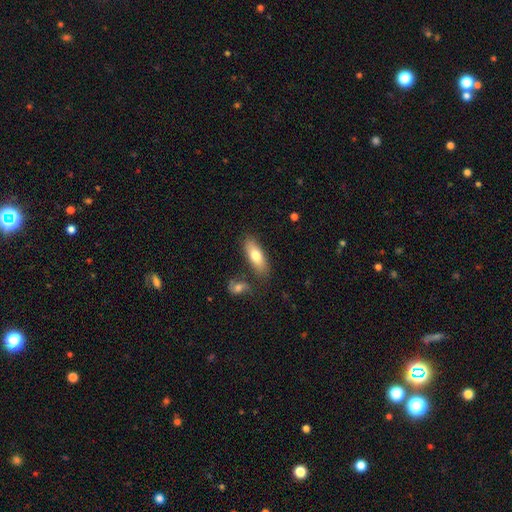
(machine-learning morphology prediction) smooth_or_featured: smooth (p=0.72) [alt: featured or disk p=0.21]
how_rounded: in between (p=0.72) [alt: cigar-shaped p=0.25]
merging: none (p=0.77) [alt: minor disturbance p=0.12]